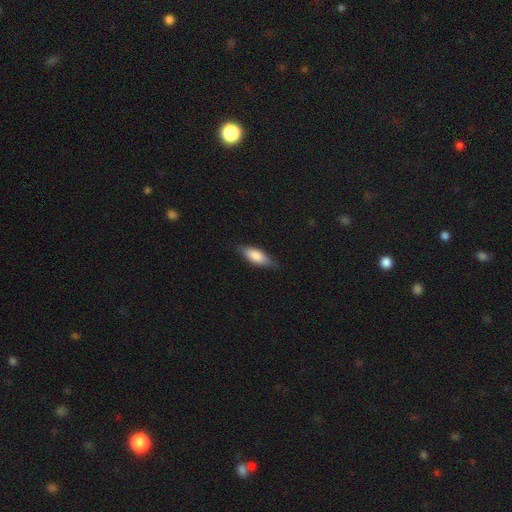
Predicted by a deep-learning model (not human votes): smooth_or_featured: smooth (p=0.79) [alt: featured or disk p=0.15]
how_rounded: in between (p=0.71) [alt: cigar-shaped p=0.27]
merging: none (p=0.78) [alt: minor disturbance p=0.18]